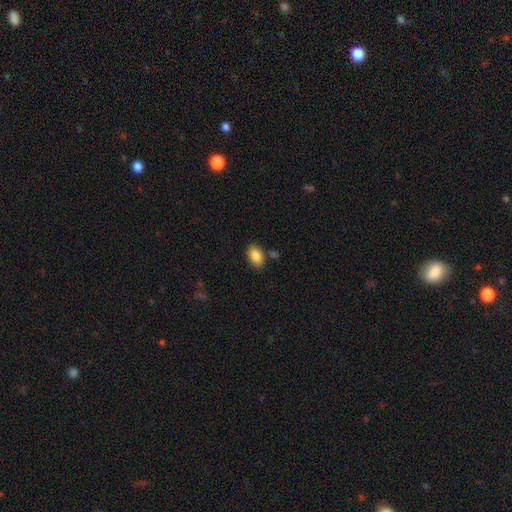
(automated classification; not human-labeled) The model was most divided on "merging": none: 80%, minor disturbance: 11%, merger: 6%, major disturbance: 3%. More confident: how rounded — in between (90%); smooth or featured — smooth (86%).